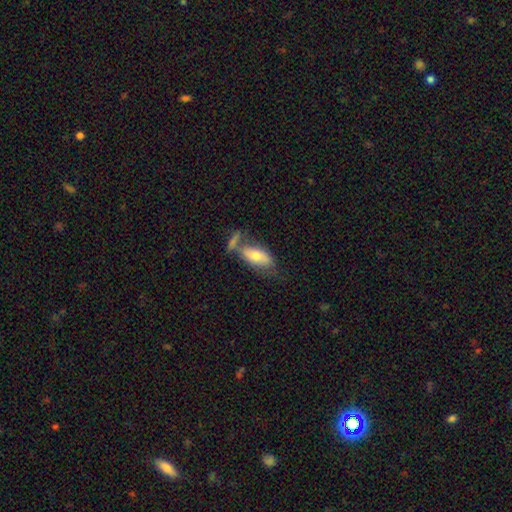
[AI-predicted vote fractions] Q: Smooth or featured?
A: smooth (65%); runner-up: featured or disk (28%)
Q: How rounded?
A: in between (86%); runner-up: cigar-shaped (11%)
Q: Merging?
A: none (37%); runner-up: merger (33%)